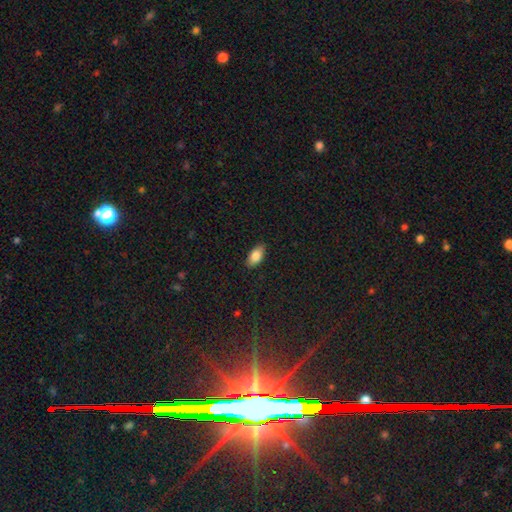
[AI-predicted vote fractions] Smooth or featured? smooth (85%)
How rounded? in between (92%)
Merging? none (87%)